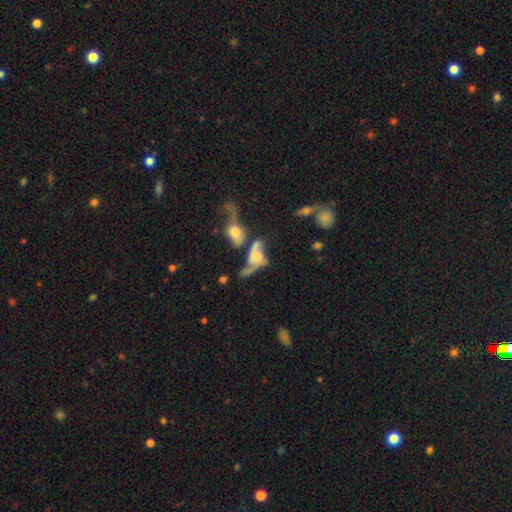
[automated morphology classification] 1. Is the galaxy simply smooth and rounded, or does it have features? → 65% featured or disk, 25% smooth, 10% star or artifact.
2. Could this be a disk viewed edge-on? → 92% no, 8% yes.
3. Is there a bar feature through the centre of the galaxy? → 67% no, 25% weak, 8% strong.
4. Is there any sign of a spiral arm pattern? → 78% yes, 22% no.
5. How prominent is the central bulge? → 38% none, 22% moderate, 22% small, 14% large, 4% dominant.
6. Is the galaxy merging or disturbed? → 47% merger, 25% major disturbance, 17% none, 11% minor disturbance.